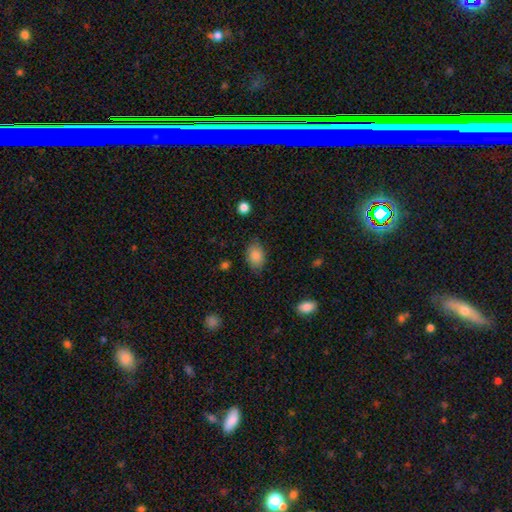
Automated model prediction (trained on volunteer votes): smooth 85%, star or artifact 8%, featured or disk 7%. Down the decision tree: how rounded — in between (79%); merging — none (77%).